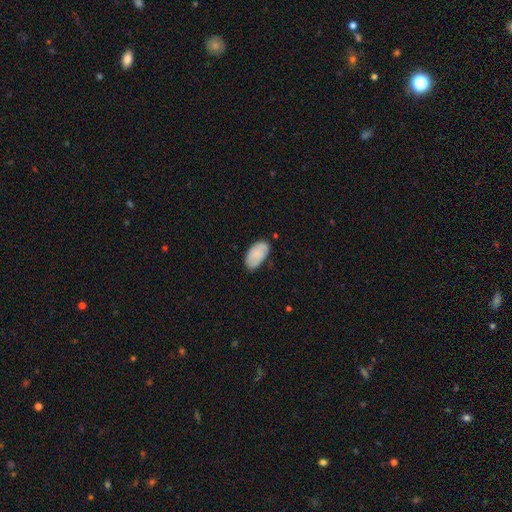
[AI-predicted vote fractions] This appears to be a smooth galaxy with no disk features (78%) that is in between round and cigar-shaped (95%). Merging: none (73%).